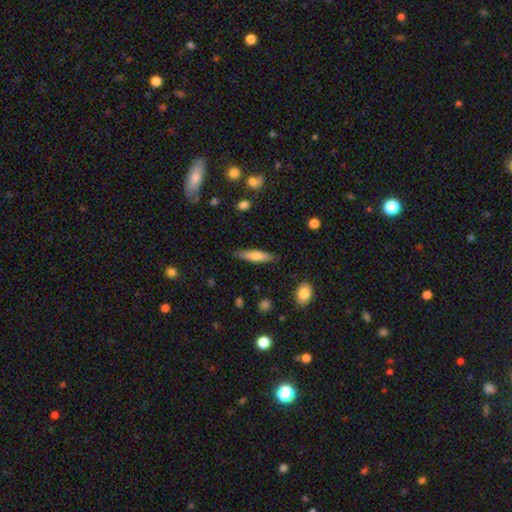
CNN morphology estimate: type=smooth (66%); roundness=cigar-shaped (79%); merging=none (86%).